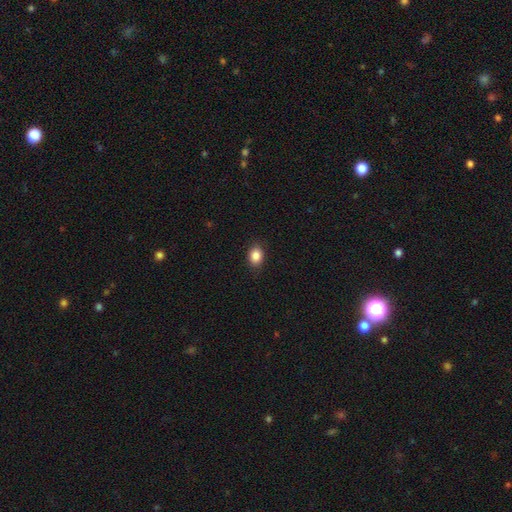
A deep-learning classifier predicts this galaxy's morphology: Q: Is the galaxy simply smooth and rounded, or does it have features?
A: smooth — 87%.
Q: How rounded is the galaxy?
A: in between — 60%.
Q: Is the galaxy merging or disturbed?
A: none — 88%.